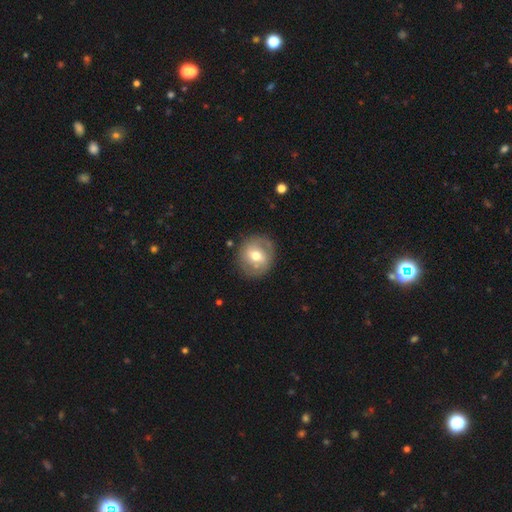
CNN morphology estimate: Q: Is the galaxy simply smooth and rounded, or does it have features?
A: smooth — 49%.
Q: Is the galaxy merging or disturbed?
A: none — 80%.